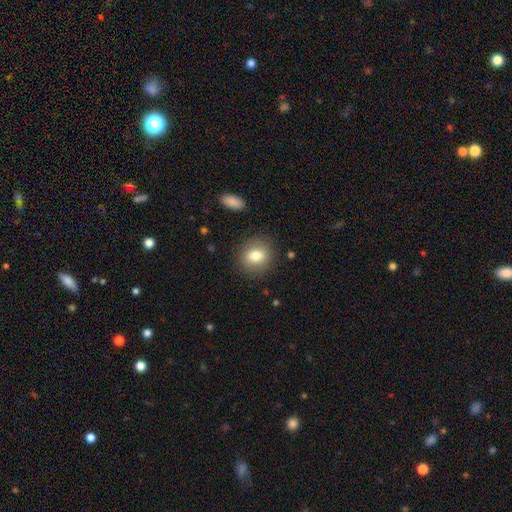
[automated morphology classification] Q: Smooth or featured?
A: smooth (78%); runner-up: featured or disk (12%)
Q: How rounded?
A: round (70%); runner-up: in between (29%)
Q: Merging?
A: none (86%); runner-up: minor disturbance (9%)